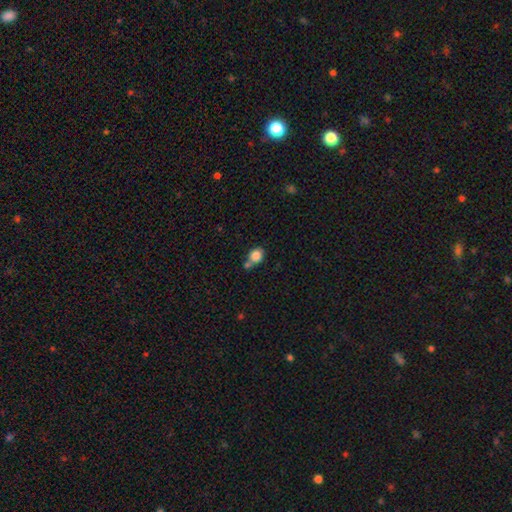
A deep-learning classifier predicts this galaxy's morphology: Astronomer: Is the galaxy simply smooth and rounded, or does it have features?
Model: smooth — 84%.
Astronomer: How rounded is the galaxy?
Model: round — 73%.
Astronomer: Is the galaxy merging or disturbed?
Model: none — 47% (runner-up: merger, 35%).